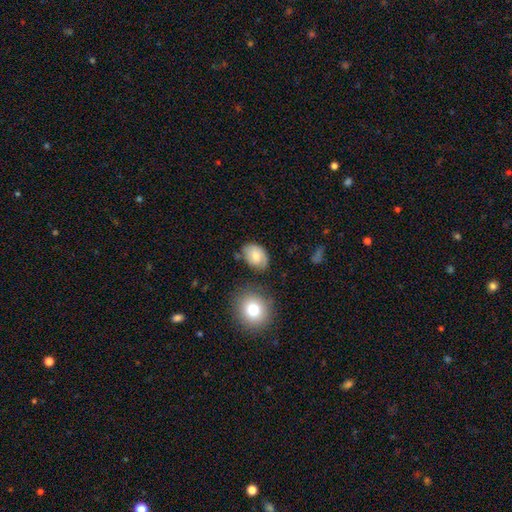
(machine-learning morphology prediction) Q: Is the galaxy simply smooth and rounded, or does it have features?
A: smooth — 69%.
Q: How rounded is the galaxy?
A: in between — 81%.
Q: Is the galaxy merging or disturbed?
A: none — 66%.